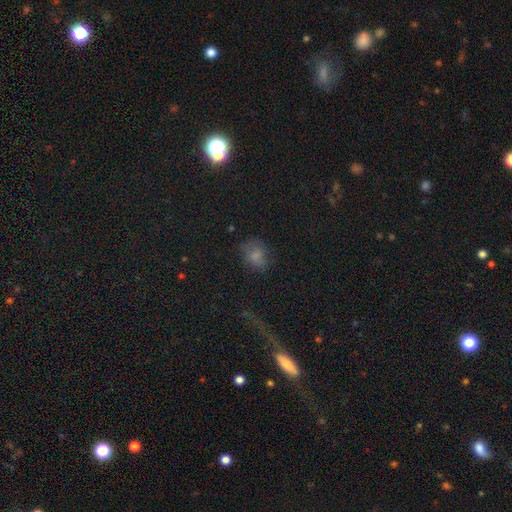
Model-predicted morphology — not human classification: smooth 66%, featured or disk 18%, star or artifact 17%. Down the decision tree: how rounded — in between (55%); merging — none (58%).